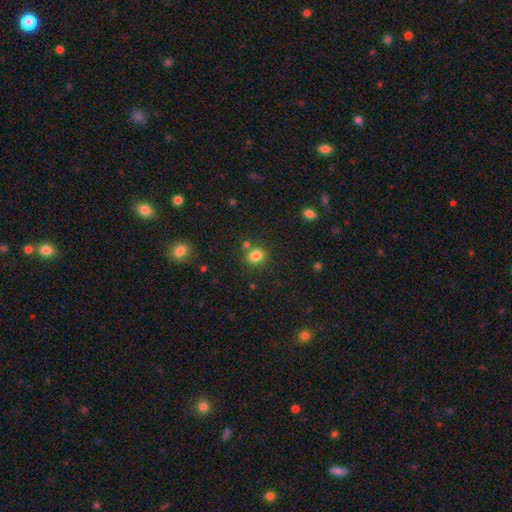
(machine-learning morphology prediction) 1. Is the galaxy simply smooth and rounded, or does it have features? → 83% smooth, 12% star or artifact, 5% featured or disk.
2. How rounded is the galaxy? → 70% round, 30% in between, 1% cigar-shaped.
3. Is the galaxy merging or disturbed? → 76% none, 11% minor disturbance, 10% merger, 3% major disturbance.